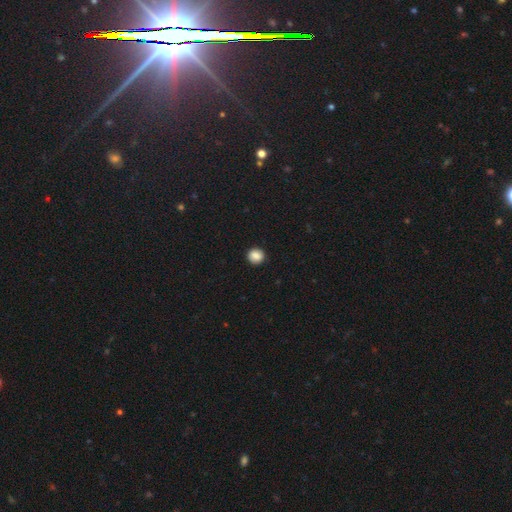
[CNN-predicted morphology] Q: Smooth or featured?
A: smooth (86%); runner-up: star or artifact (9%)
Q: How rounded?
A: round (89%); runner-up: in between (10%)
Q: Merging?
A: none (91%); runner-up: minor disturbance (6%)